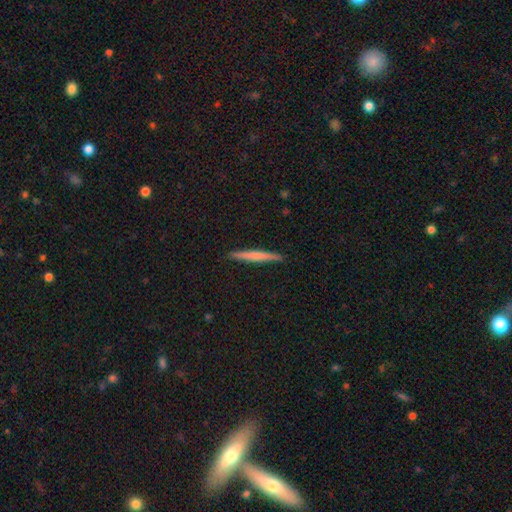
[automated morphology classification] This is possibly a smooth galaxy (57%). How rounded: clearly cigar-shaped (96%). Merging: clearly none (91%).